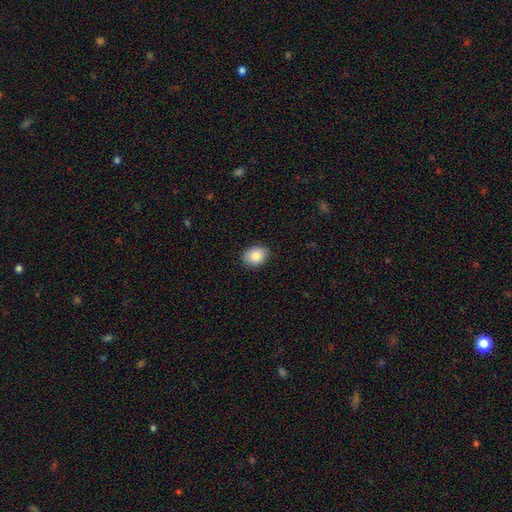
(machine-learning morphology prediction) Smooth or featured?
  - smooth: 86% *
  - star or artifact: 7%
  - featured or disk: 7%
How rounded?
  - in between: 64% *
  - round: 35%
  - cigar-shaped: 1%
Merging?
  - none: 85% *
  - minor disturbance: 12%
  - major disturbance: 2%
  - merger: 1%